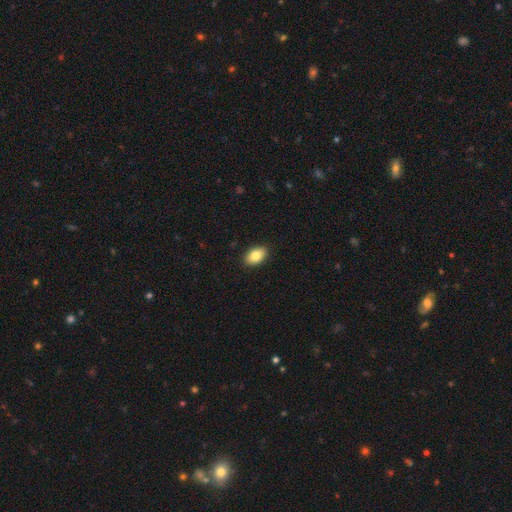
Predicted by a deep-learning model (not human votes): Smooth or featured? Predicted: smooth (p=0.84). How rounded? Predicted: in between (p=0.89). Merging? Predicted: none (p=0.90).